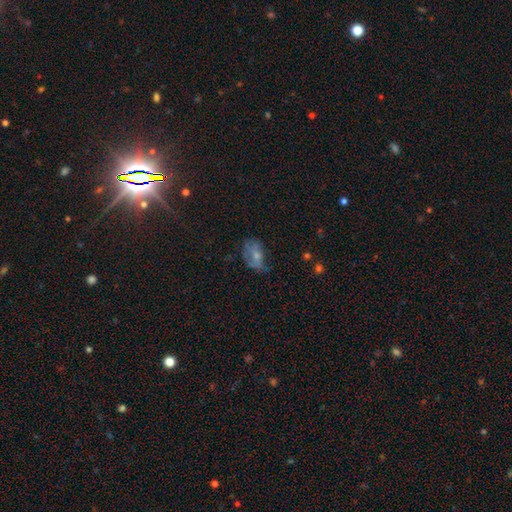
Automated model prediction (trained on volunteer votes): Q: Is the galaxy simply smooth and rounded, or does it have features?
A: smooth — 49%.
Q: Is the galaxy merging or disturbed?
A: none — 41%.